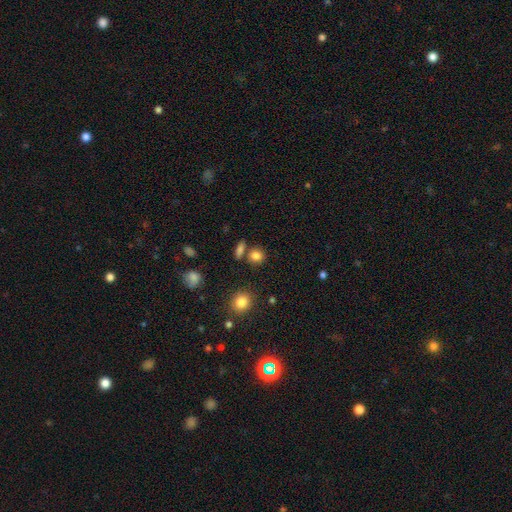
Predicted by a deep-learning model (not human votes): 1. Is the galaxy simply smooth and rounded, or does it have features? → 82% smooth, 12% star or artifact, 6% featured or disk.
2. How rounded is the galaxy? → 78% round, 20% in between, 2% cigar-shaped.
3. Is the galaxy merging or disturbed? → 71% none, 15% merger, 10% minor disturbance, 4% major disturbance.